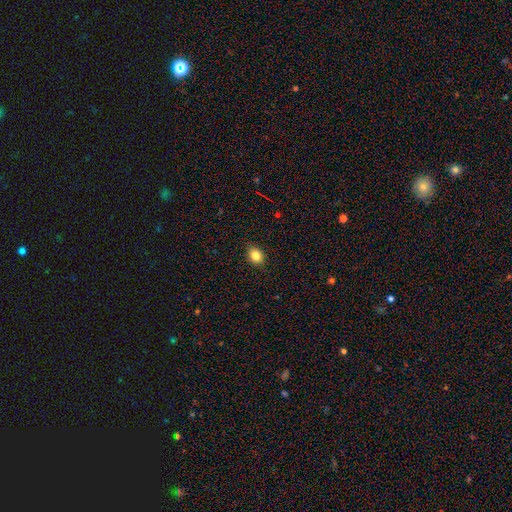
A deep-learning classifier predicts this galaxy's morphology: The model was most divided on "how rounded": round: 50%, in between: 49%, cigar-shaped: 1%. More confident: merging — none (88%); smooth or featured — smooth (83%).